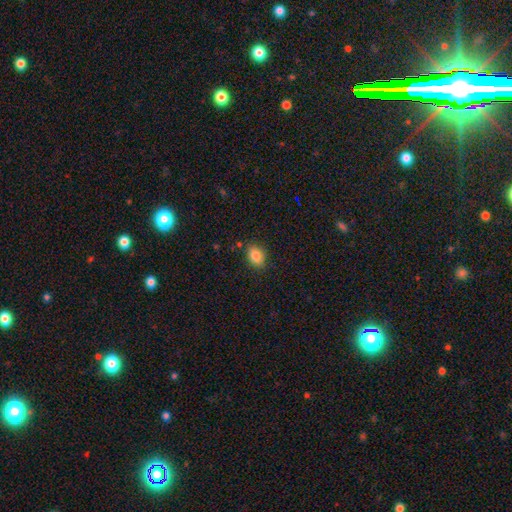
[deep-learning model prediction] smooth_or_featured: smooth (p=0.84) [alt: star or artifact p=0.09]
how_rounded: in between (p=0.78) [alt: round p=0.21]
merging: none (p=0.83) [alt: minor disturbance p=0.12]